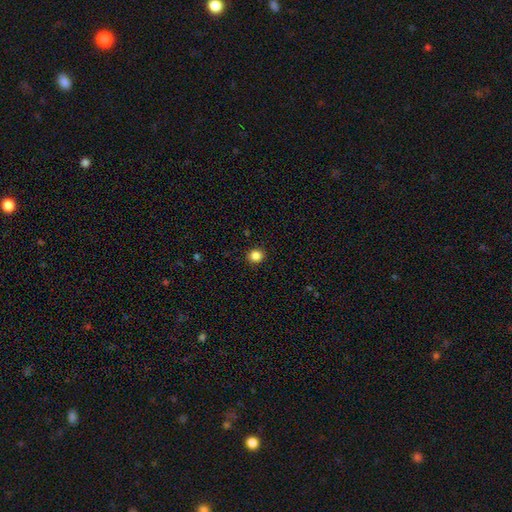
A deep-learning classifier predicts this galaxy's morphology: A smooth galaxy with no disk features (85%) that is round (87%).

Vote fractions:
- Smooth or featured? smooth: 85% / star or artifact: 11% / featured or disk: 4%
- How rounded? round: 87% / in between: 12% / cigar-shaped: 1%
- Merging? none: 92% / minor disturbance: 5% / major disturbance: 2% / merger: 1%